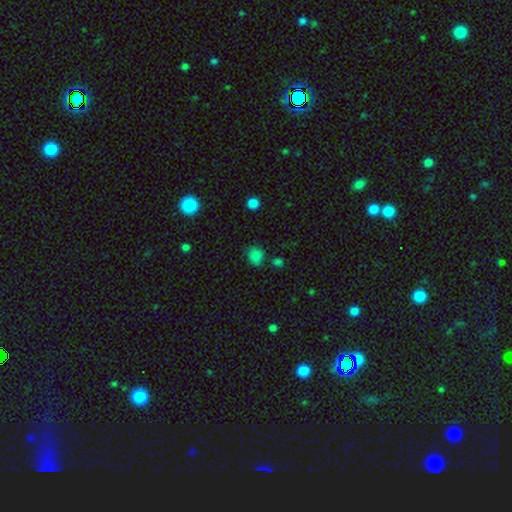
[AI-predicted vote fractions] Morphology: type=smooth (77%); roundness=round (68%); merging=none (68%).